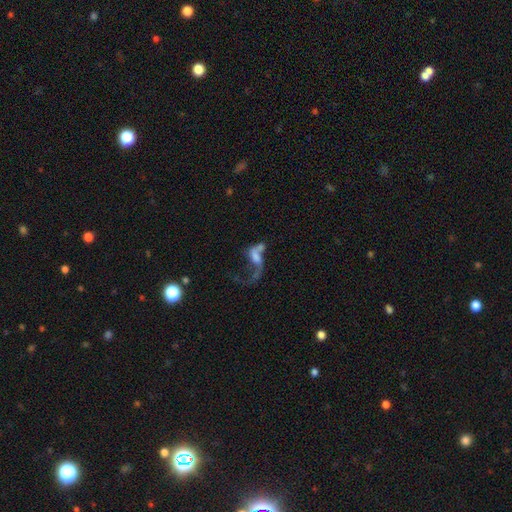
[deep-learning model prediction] Q: Smooth or featured?
A: featured or disk (62%); runner-up: smooth (27%)
Q: Edge-on disk?
A: no (95%); runner-up: yes (5%)
Q: Bar?
A: no (58%); runner-up: weak (30%)
Q: Spiral arms?
A: yes (65%); runner-up: no (35%)
Q: Bulge size?
A: none (39%); runner-up: moderate (23%)
Q: Merging?
A: major disturbance (39%); runner-up: merger (33%)